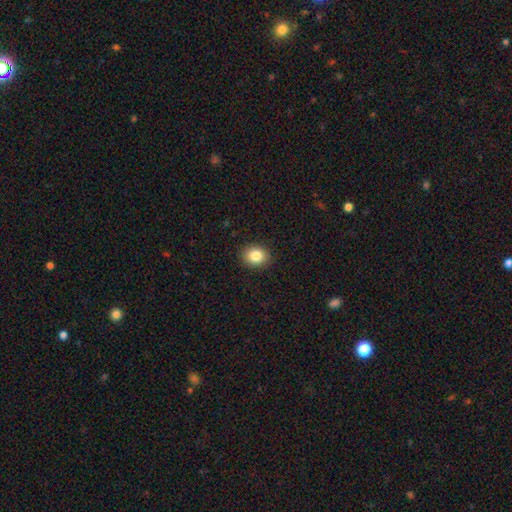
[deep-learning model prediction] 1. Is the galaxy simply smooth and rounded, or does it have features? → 84% smooth, 10% star or artifact, 6% featured or disk.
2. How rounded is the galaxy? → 57% round, 42% in between, 1% cigar-shaped.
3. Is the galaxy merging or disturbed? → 90% none, 7% minor disturbance, 2% major disturbance, 1% merger.